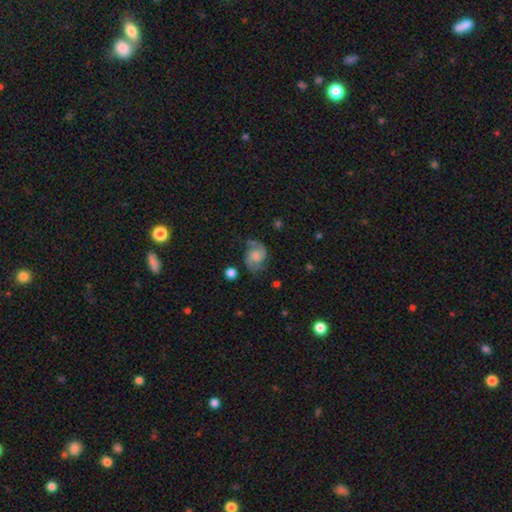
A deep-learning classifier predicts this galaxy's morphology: smooth_or_featured: featured or disk (p=0.73) [alt: smooth p=0.19]
disk_edge_on: no (p=0.98) [alt: yes p=0.02]
bar: no (p=0.65) [alt: weak p=0.30]
has_spiral_arms: yes (p=0.94) [alt: no p=0.06]
spiral_winding: medium (p=0.49) [alt: loose p=0.29]
spiral_arm_count: 2 (p=0.89) [alt: can't tell p=0.05]
bulge_size: moderate (p=0.29) [alt: none p=0.28]
merging: none (p=0.63) [alt: minor disturbance p=0.22]